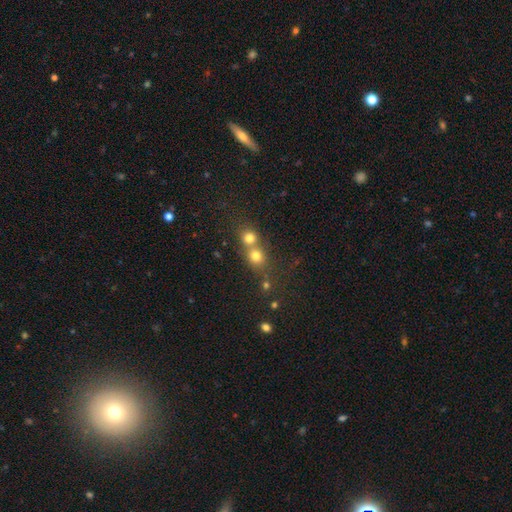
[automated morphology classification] smooth_or_featured: smooth (p=0.71) [alt: star or artifact p=0.18]
how_rounded: round (p=0.83) [alt: in between p=0.15]
merging: merger (p=0.52) [alt: none p=0.40]